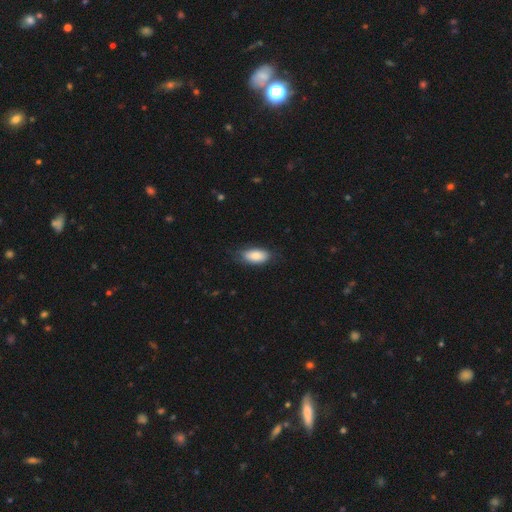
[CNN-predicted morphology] Q: Smooth or featured?
A: smooth (85%); runner-up: featured or disk (9%)
Q: How rounded?
A: in between (91%); runner-up: cigar-shaped (6%)
Q: Merging?
A: none (74%); runner-up: minor disturbance (20%)